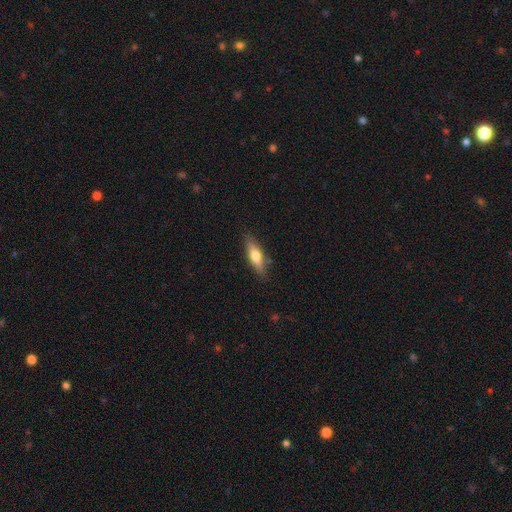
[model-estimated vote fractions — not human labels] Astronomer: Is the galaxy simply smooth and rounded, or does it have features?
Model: smooth — 57% (runner-up: featured or disk, 37%).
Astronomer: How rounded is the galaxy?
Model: cigar-shaped — 55% (runner-up: in between, 43%).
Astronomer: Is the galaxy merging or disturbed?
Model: none — 83%.